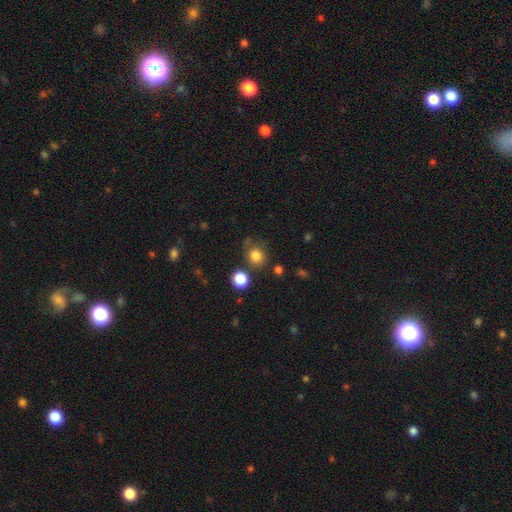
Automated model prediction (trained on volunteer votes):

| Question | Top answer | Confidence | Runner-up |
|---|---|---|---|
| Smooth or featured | smooth | 81% | star or artifact (13%) |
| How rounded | round | 79% | in between (20%) |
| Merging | none | 72% | minor disturbance (14%) |